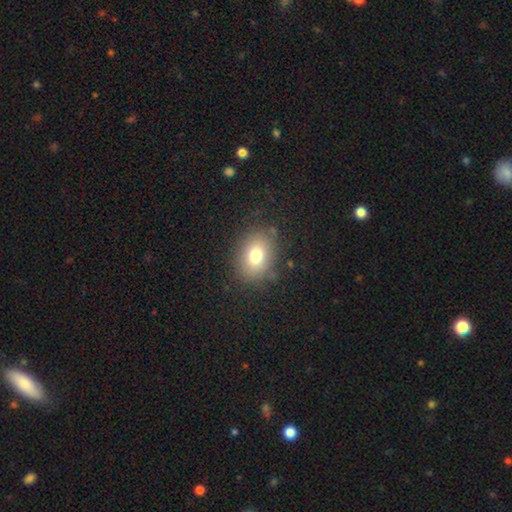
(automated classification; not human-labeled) smooth-or-featured: smooth: 76% | star or artifact: 12% | featured or disk: 12%
  how-rounded: in between: 64% | round: 35% | cigar-shaped: 1%
  merging: none: 83% | minor disturbance: 12% | major disturbance: 4% | merger: 1%